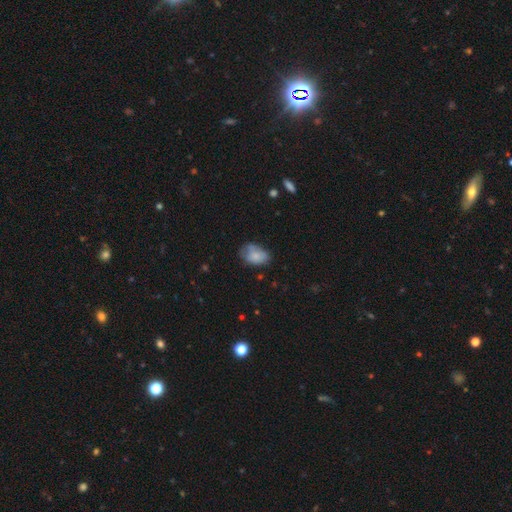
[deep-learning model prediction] A smooth galaxy with no disk features (78%) that is in between round and cigar-shaped (84%). Merging: none (53%).